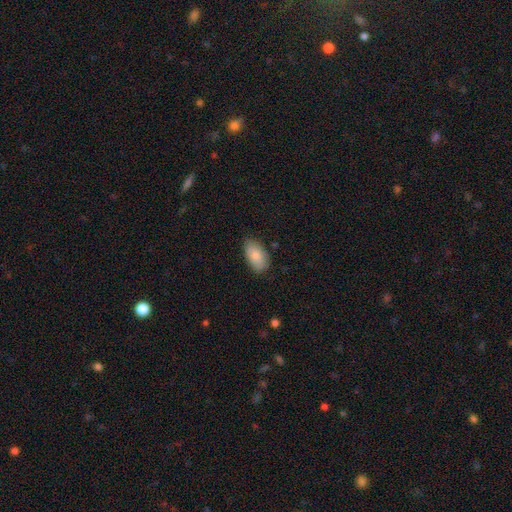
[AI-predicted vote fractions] smooth 84%, featured or disk 10%, star or artifact 6%. Down the decision tree: how rounded — in between (94%); merging — none (75%).